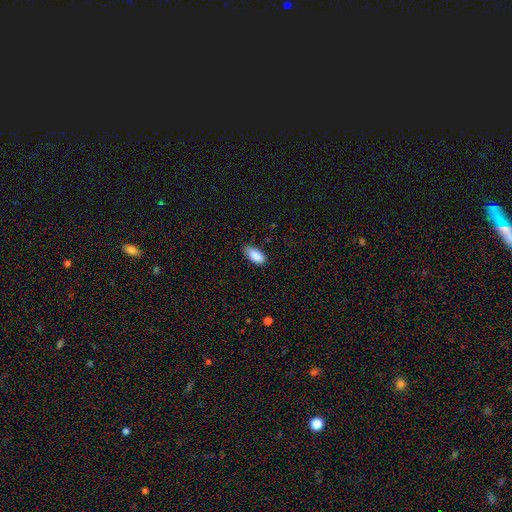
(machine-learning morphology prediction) This is clearly a smooth galaxy (89%). How rounded: clearly in between (90%). Merging: likely none (70%).